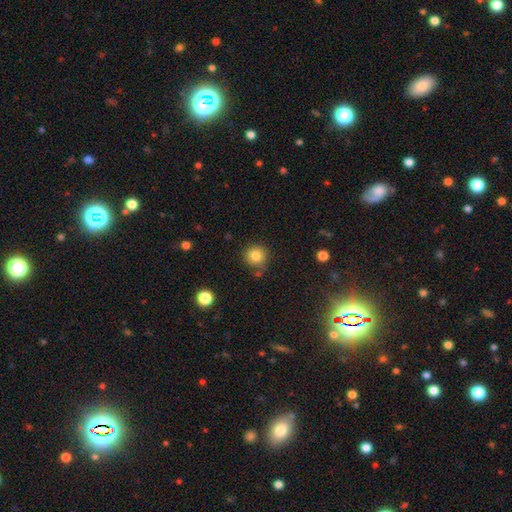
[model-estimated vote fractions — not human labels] Smooth or featured: smooth — 83% (star or artifact — 11%)
How rounded: round — 93% (in between — 6%)
Merging: none — 80% (minor disturbance — 11%)